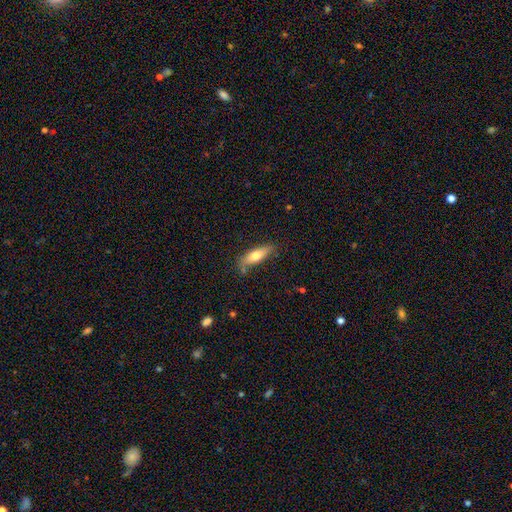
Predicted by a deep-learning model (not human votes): Q: Smooth or featured?
A: smooth (64%); runner-up: featured or disk (30%)
Q: How rounded?
A: cigar-shaped (59%); runner-up: in between (39%)
Q: Merging?
A: none (76%); runner-up: minor disturbance (16%)